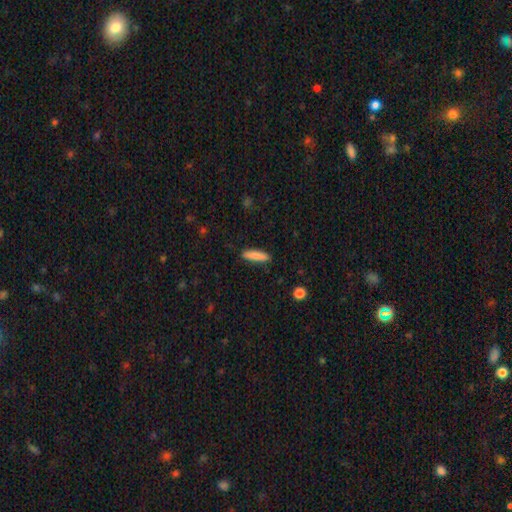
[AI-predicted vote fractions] This appears to be a smooth galaxy with no disk features (84%) that is cigar-shaped (79%). Merging: none (88%).